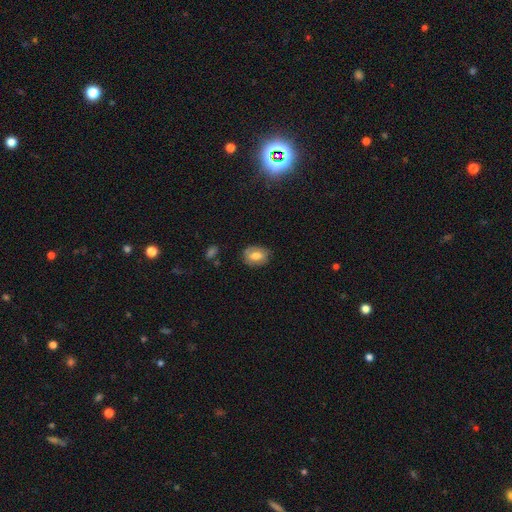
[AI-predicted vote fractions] A smooth galaxy with no disk features (67%) that is in between round and cigar-shaped (69%). Merging: none (73%).